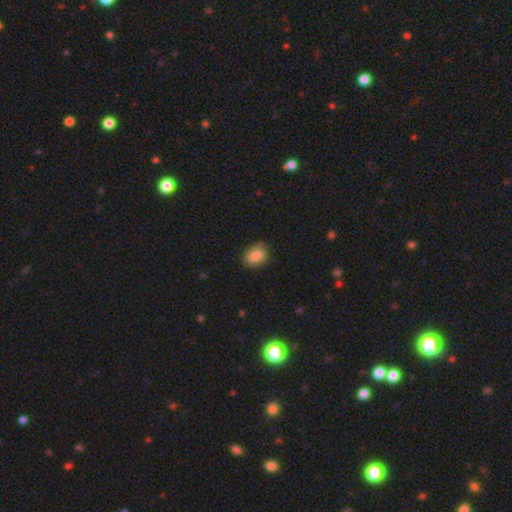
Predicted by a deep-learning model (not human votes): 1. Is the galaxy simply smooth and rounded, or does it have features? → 81% smooth, 11% featured or disk, 7% star or artifact.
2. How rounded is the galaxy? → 69% in between, 30% round, 1% cigar-shaped.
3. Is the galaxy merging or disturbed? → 71% none, 24% minor disturbance, 4% major disturbance, 1% merger.